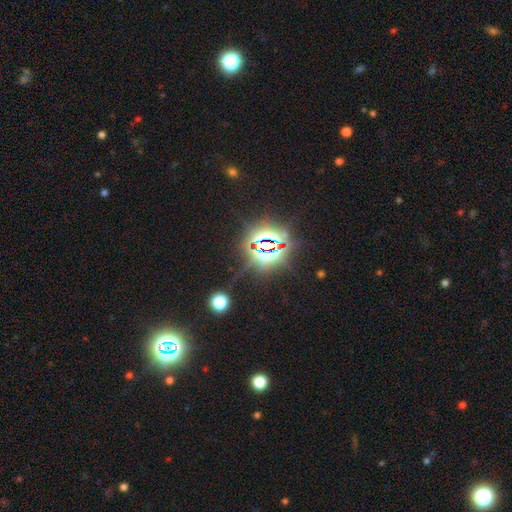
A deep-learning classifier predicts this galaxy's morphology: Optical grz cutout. It shows a star or artifact, not a galaxy (84%).